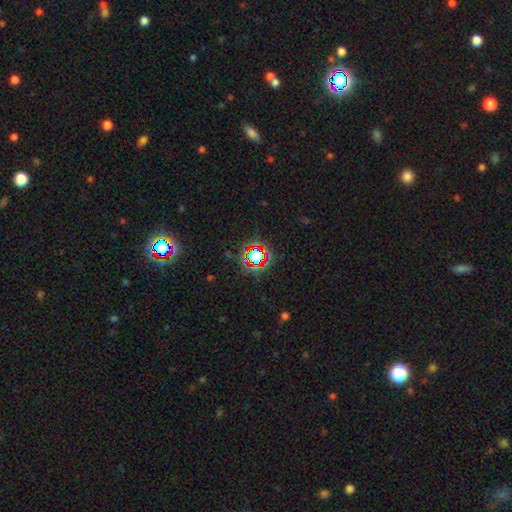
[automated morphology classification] Q: Smooth or featured?
A: star or artifact (69%); runner-up: smooth (20%)